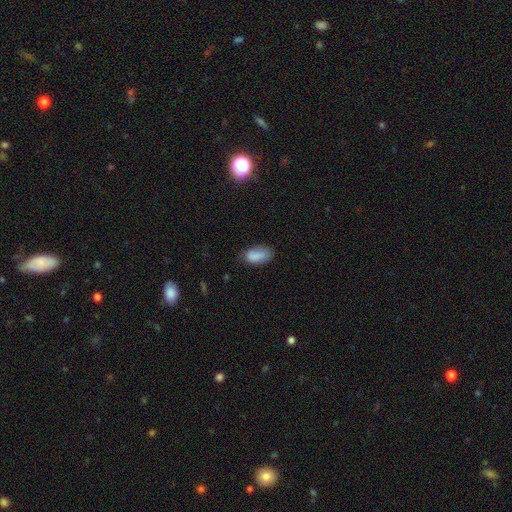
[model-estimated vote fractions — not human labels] Smooth or featured? Predicted: smooth (p=0.86). How rounded? Predicted: in between (p=0.92). Merging? Predicted: none (p=0.65).